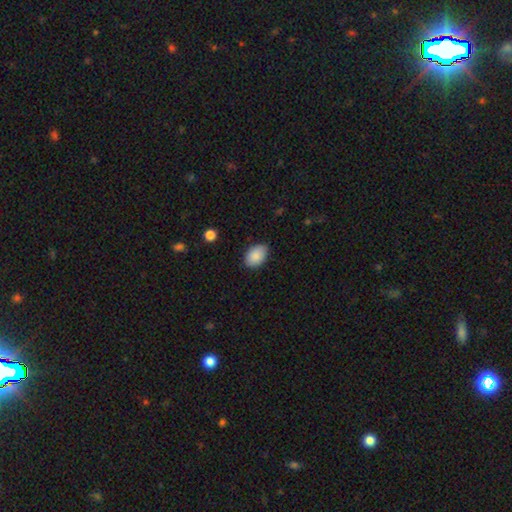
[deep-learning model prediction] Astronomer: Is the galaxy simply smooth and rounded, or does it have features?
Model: smooth — 88%.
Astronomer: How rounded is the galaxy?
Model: in between — 84%.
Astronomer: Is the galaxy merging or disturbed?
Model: none — 81%.